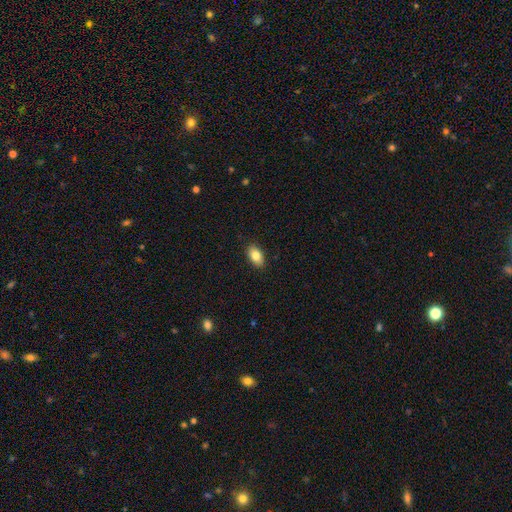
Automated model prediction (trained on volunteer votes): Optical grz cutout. It shows a smooth galaxy with no disk features (83%) that is in between round and cigar-shaped (90%). Merging: none (89%).